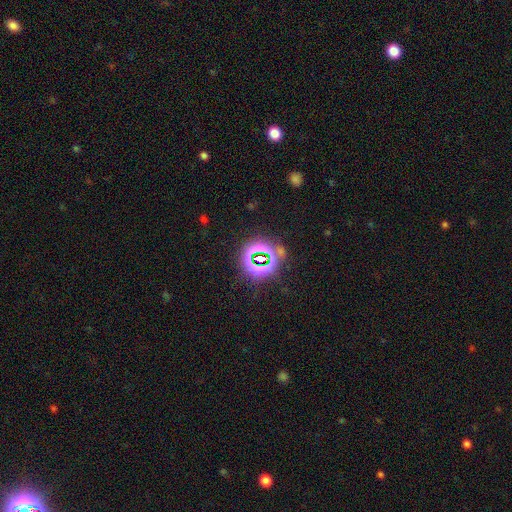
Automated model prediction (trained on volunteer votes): This appears to be a star or artifact, not a galaxy (77%).